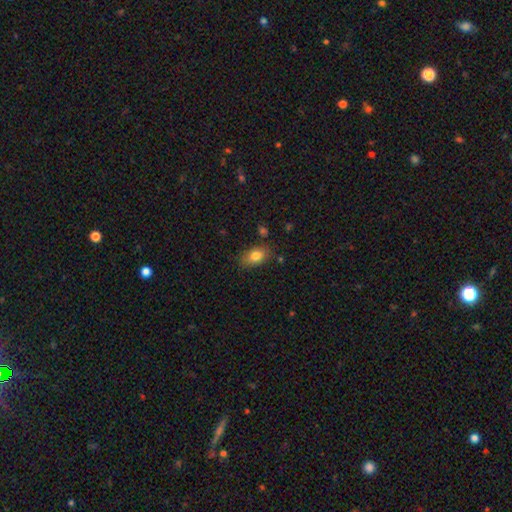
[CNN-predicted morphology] smooth-or-featured: smooth: 82% | featured or disk: 10% | star or artifact: 8%
  how-rounded: in between: 86% | round: 11% | cigar-shaped: 2%
  merging: none: 77% | minor disturbance: 16% | major disturbance: 4% | merger: 3%